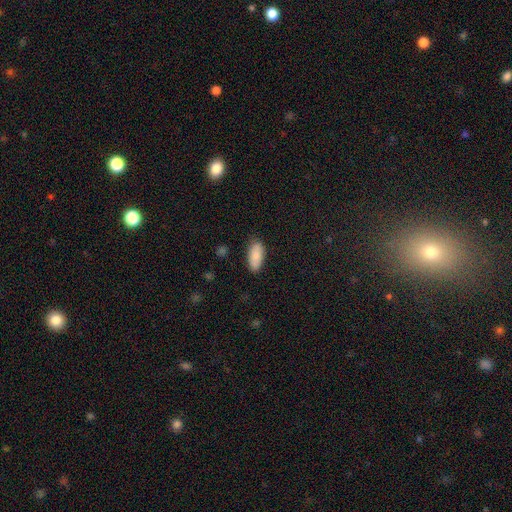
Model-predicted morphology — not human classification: This is clearly a smooth galaxy (85%). How rounded: clearly in between (89%). Merging: clearly none (82%).